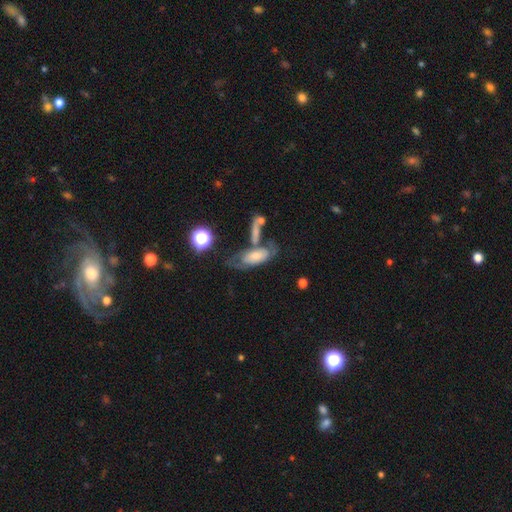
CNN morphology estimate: This is possibly a featured or disk galaxy (46%). Merging: marginally none (35%).